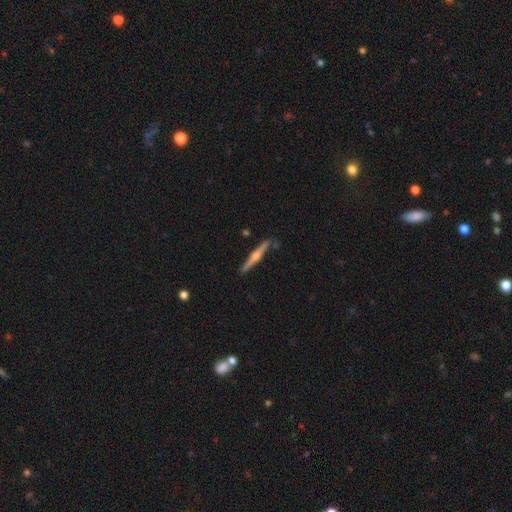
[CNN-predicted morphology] This is likely a featured or disk galaxy (76%). It is clearly viewed edge-on (98%). Edge-on bulge: clearly rounded (89%). Merging: clearly none (87%).